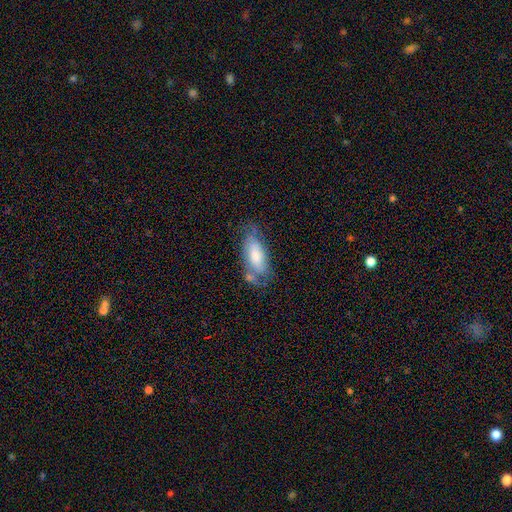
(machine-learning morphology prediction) smooth 62%, featured or disk 31%, star or artifact 7%. Down the decision tree: how rounded — in between (83%); merging — none (49%).